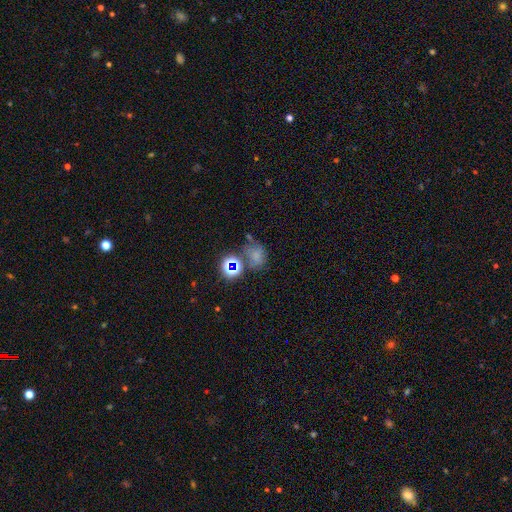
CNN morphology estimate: Smooth or featured? smooth (57%)
How rounded? round (53%)
Merging? none (45%)